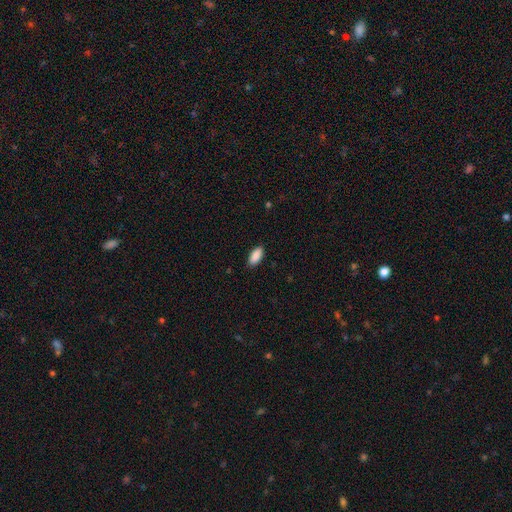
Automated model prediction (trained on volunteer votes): Smooth or featured?
  - smooth: 90% *
  - star or artifact: 6%
  - featured or disk: 3%
How rounded?
  - in between: 89% *
  - cigar-shaped: 9%
  - round: 2%
Merging?
  - none: 89% *
  - minor disturbance: 9%
  - major disturbance: 2%
  - merger: 1%